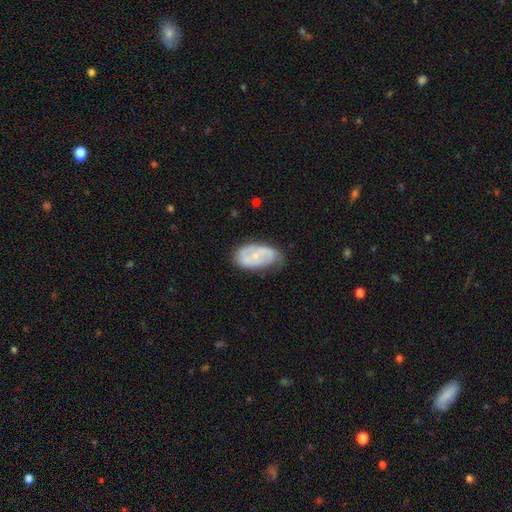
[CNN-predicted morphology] The model was most divided on "smooth or featured": featured or disk: 59%, smooth: 34%, star or artifact: 6%. More confident: edge-on disk — no (95%); spiral arms — yes (76%); bulge size — small (66%); merging — none (59%); bar — no (59%).